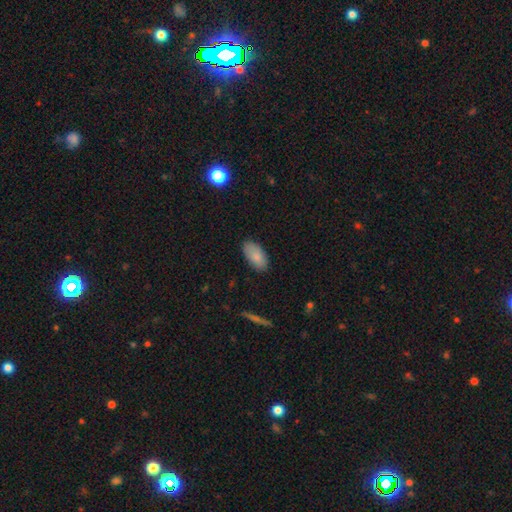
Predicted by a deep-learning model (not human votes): smooth-or-featured: smooth: 85% | featured or disk: 8% | star or artifact: 6%
  how-rounded: in between: 94% | cigar-shaped: 3% | round: 2%
  merging: none: 84% | minor disturbance: 13% | major disturbance: 2% | merger: 1%